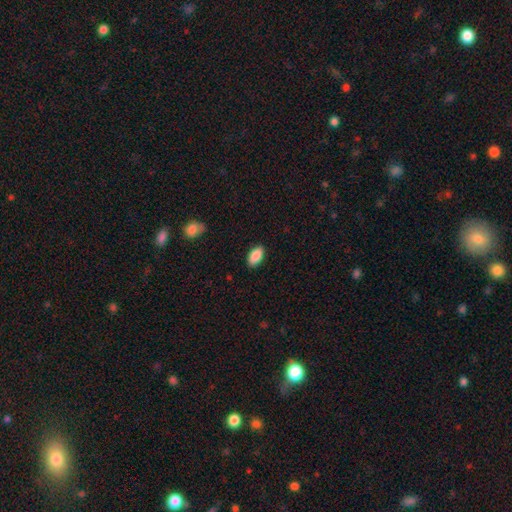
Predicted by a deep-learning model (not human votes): Smooth or featured?
  - smooth: 89% *
  - star or artifact: 7%
  - featured or disk: 4%
How rounded?
  - in between: 94% *
  - cigar-shaped: 3%
  - round: 3%
Merging?
  - none: 87% *
  - minor disturbance: 9%
  - major disturbance: 2%
  - merger: 1%